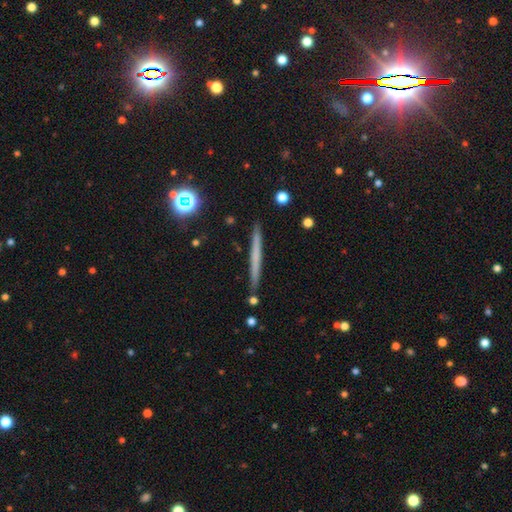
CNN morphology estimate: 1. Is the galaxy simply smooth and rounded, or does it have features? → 49% smooth, 42% featured or disk, 9% star or artifact.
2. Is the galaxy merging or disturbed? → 90% none, 7% minor disturbance, 2% merger, 1% major disturbance.